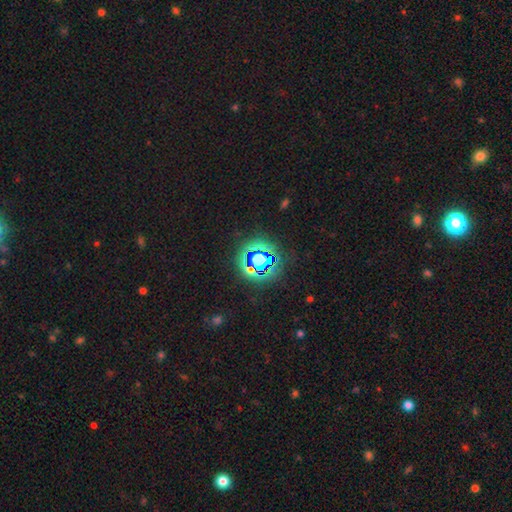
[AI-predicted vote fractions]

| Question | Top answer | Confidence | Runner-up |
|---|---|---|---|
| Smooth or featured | star or artifact | 74% | smooth (17%) |